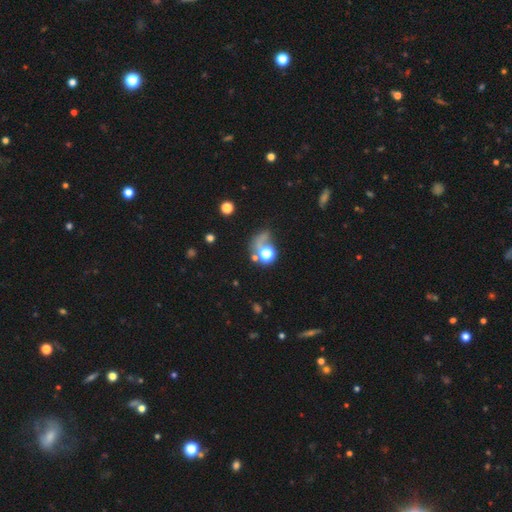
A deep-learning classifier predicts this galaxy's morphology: Q: Smooth or featured?
A: smooth (45%); runner-up: star or artifact (37%)
Q: Merging?
A: none (44%); runner-up: major disturbance (23%)